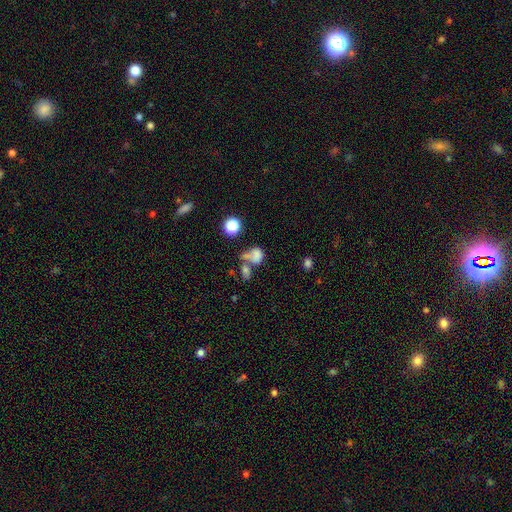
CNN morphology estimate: Q: Smooth or featured?
A: smooth (63%); runner-up: featured or disk (22%)
Q: How rounded?
A: in between (64%); runner-up: round (33%)
Q: Merging?
A: merger (53%); runner-up: none (19%)